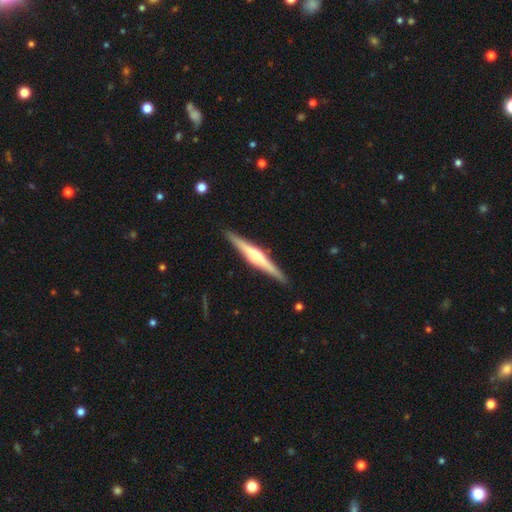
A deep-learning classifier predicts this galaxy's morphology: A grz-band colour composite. It shows a featured or disk galaxy (77%) viewed edge-on (98%) with a rounded central bulge (82%). Merging: none (92%).